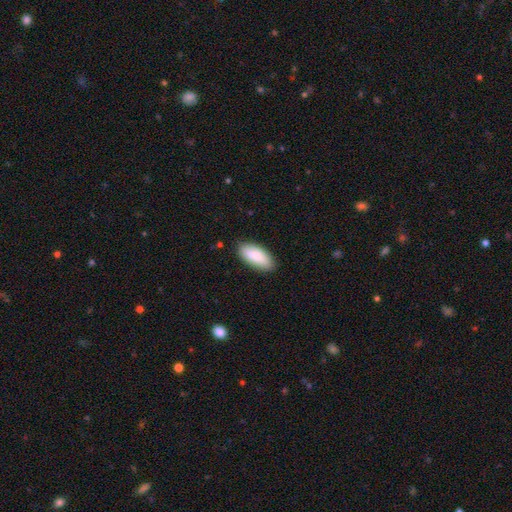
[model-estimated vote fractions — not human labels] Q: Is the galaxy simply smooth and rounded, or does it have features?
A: smooth — 86%.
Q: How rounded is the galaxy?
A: in between — 89%.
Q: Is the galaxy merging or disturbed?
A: none — 85%.